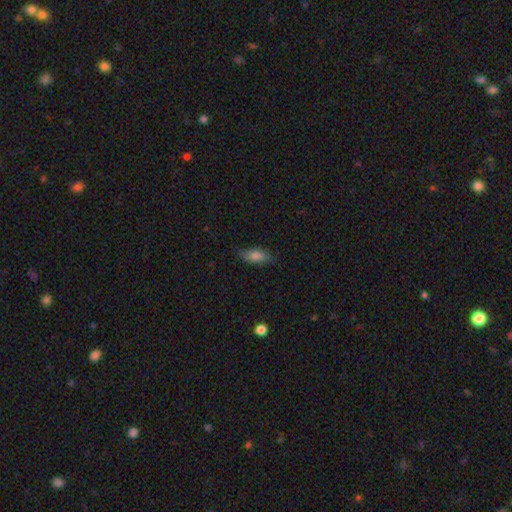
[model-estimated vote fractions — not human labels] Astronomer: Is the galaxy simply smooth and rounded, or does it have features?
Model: smooth — 79%.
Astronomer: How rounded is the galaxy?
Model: in between — 83%.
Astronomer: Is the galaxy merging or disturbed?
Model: none — 77%.